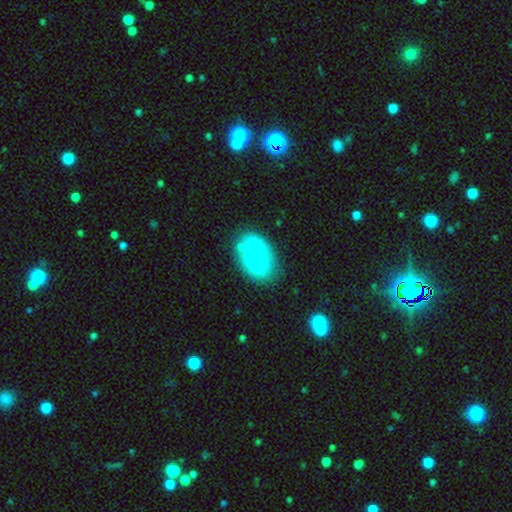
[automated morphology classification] A smooth galaxy with no disk features (53%) that is in between round and cigar-shaped (84%). Merging: none (69%).